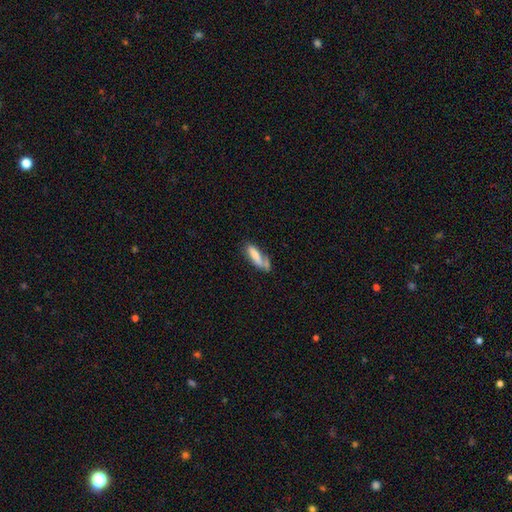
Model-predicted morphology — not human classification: Smooth or featured? Predicted: smooth (p=0.75). How rounded? Predicted: cigar-shaped (p=0.61). Merging? Predicted: none (p=0.44).